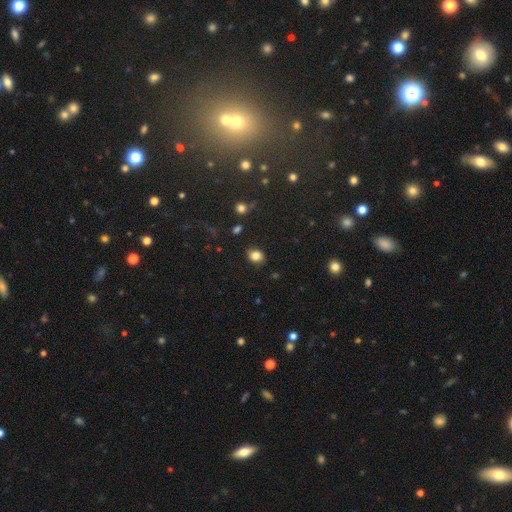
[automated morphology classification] smooth 83%, star or artifact 11%, featured or disk 7%. Down the decision tree: how rounded — round (50%); merging — none (87%).